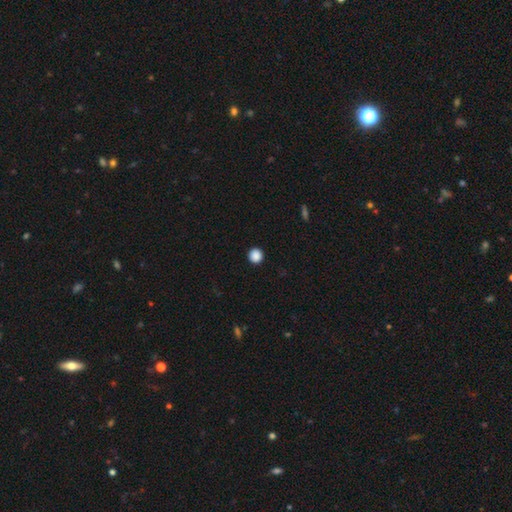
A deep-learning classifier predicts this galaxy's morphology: Smooth or featured: smooth — 88% (star or artifact — 9%)
How rounded: round — 96% (in between — 3%)
Merging: none — 94% (minor disturbance — 4%)